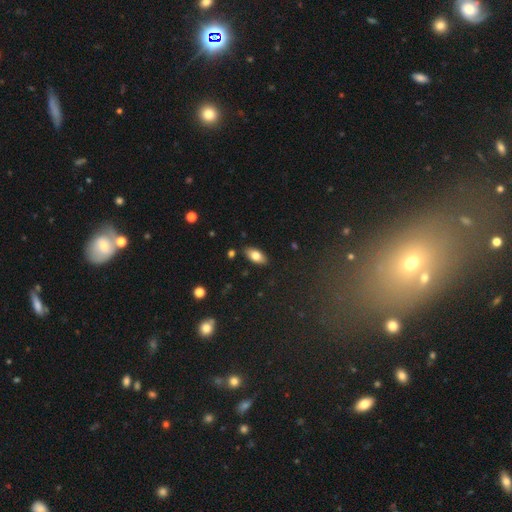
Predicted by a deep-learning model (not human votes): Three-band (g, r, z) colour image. It shows a smooth galaxy with no disk features (77%) that is in between round and cigar-shaped (90%). Merging: none (87%).